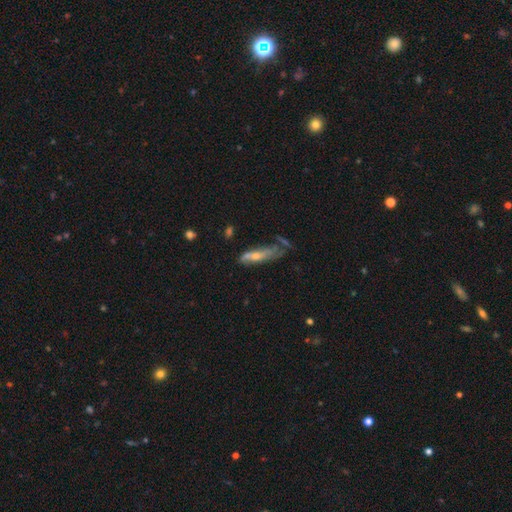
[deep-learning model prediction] This appears to be a smooth galaxy with no disk features (49%). Merging: none (30%).